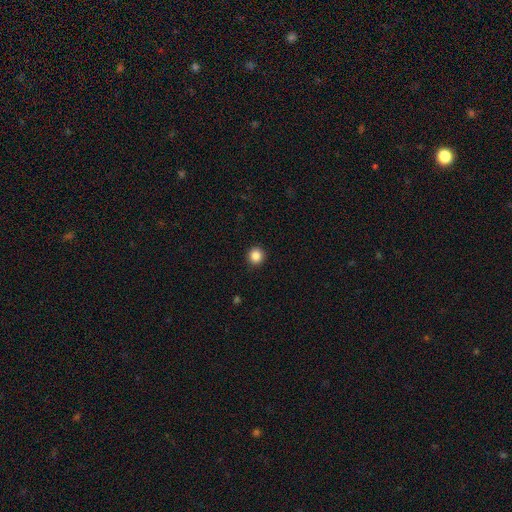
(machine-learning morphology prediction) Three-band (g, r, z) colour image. It shows a smooth galaxy with no disk features (87%) that is round (93%). Merging: none (92%).